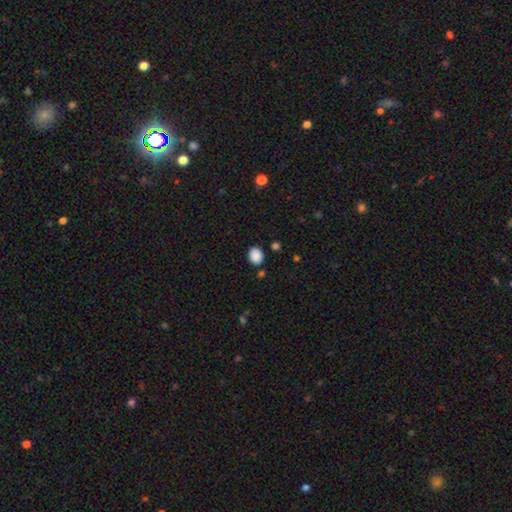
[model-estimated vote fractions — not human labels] A smooth galaxy with no disk features (88%) that is round (53%).

Vote fractions:
- Smooth or featured? smooth: 88% / star or artifact: 9% / featured or disk: 3%
- How rounded? round: 53% / in between: 46% / cigar-shaped: 1%
- Merging? none: 82% / minor disturbance: 11% / merger: 4% / major disturbance: 3%